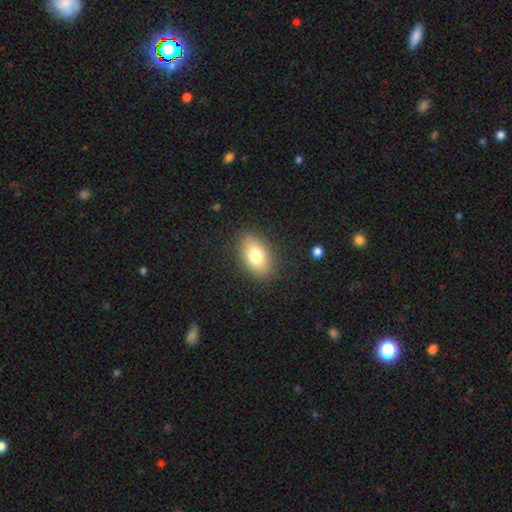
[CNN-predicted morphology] type=smooth (77%); roundness=in between (88%); merging=none (86%).